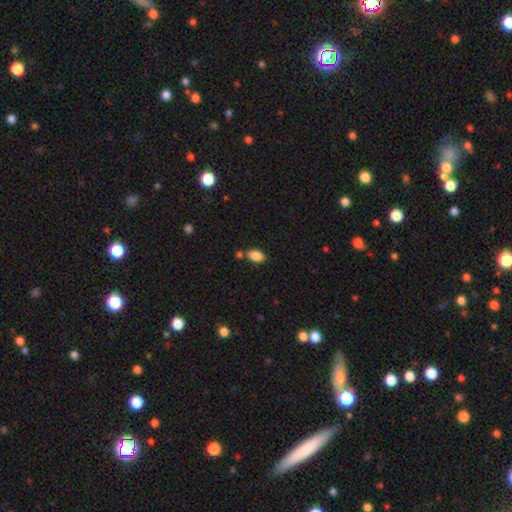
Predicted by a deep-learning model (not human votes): Q: Smooth or featured?
A: smooth (87%); runner-up: star or artifact (8%)
Q: How rounded?
A: in between (91%); runner-up: round (7%)
Q: Merging?
A: none (72%); runner-up: minor disturbance (13%)